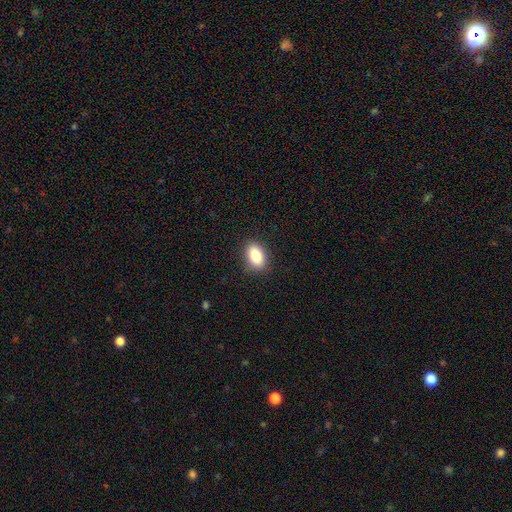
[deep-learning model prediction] The model was most divided on "how rounded": in between: 87%, round: 11%, cigar-shaped: 3%. More confident: merging — none (87%); smooth or featured — smooth (84%).